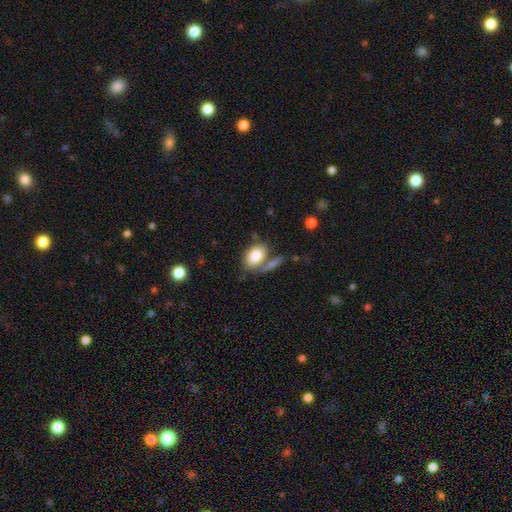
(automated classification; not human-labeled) smooth_or_featured: smooth (p=0.80) [alt: featured or disk p=0.13]
how_rounded: in between (p=0.81) [alt: round p=0.17]
merging: none (p=0.51) [alt: merger p=0.26]